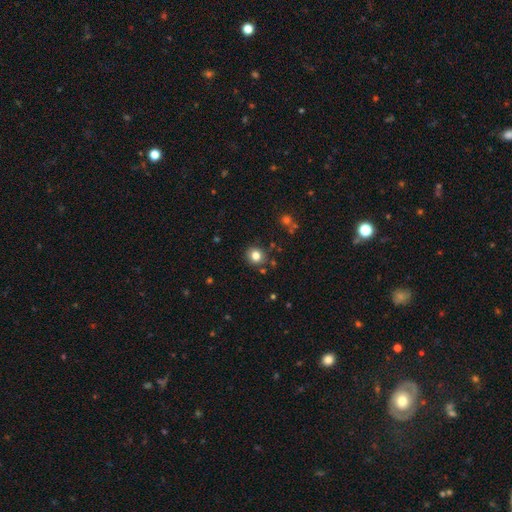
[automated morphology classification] Smooth or featured? Predicted: smooth (p=0.80). How rounded? Predicted: round (p=0.85). Merging? Predicted: none (p=0.86).